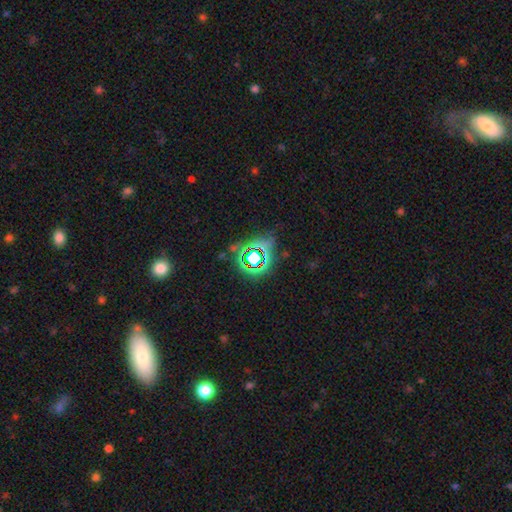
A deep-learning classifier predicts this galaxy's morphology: A star or artifact, not a galaxy (72%).